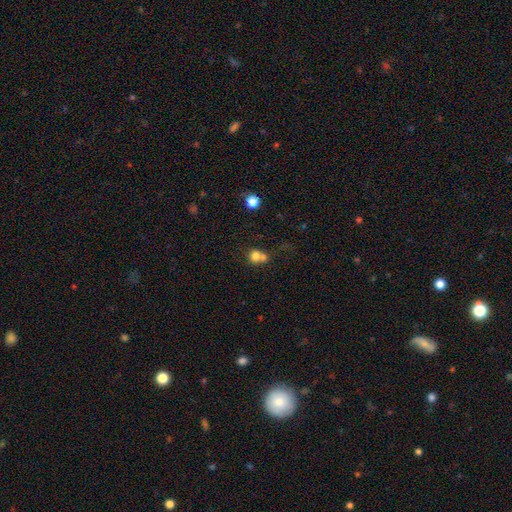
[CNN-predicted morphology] The model was most divided on "merging": merger: 53%, none: 34%, minor disturbance: 8%, major disturbance: 5%. More confident: how rounded — round (78%); smooth or featured — smooth (75%).